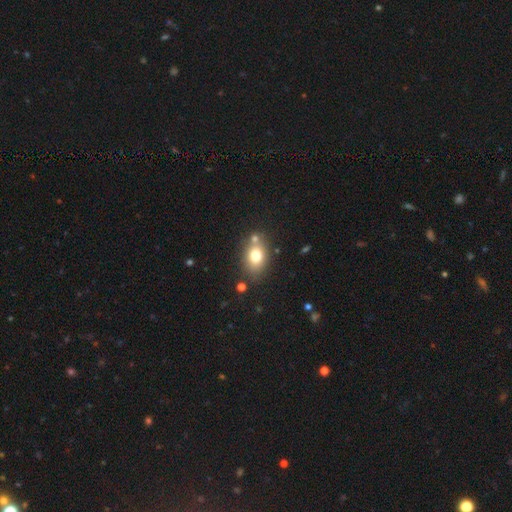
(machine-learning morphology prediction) Smooth or featured: smooth — 74% (featured or disk — 14%)
How rounded: in between — 69% (round — 29%)
Merging: none — 69% (merger — 14%)